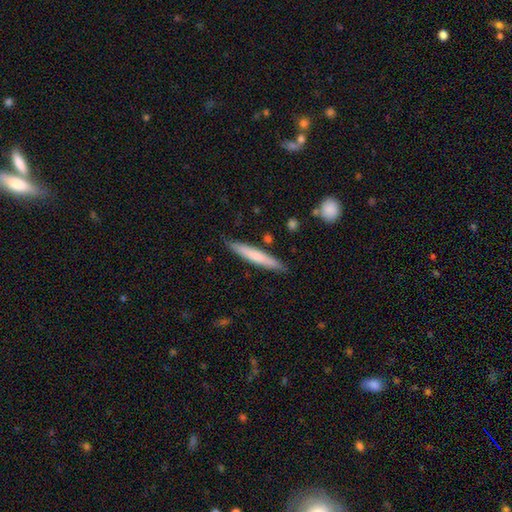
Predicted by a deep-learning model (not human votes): Q: Smooth or featured?
A: smooth (66%); runner-up: featured or disk (29%)
Q: How rounded?
A: cigar-shaped (95%); runner-up: in between (4%)
Q: Merging?
A: none (87%); runner-up: minor disturbance (9%)